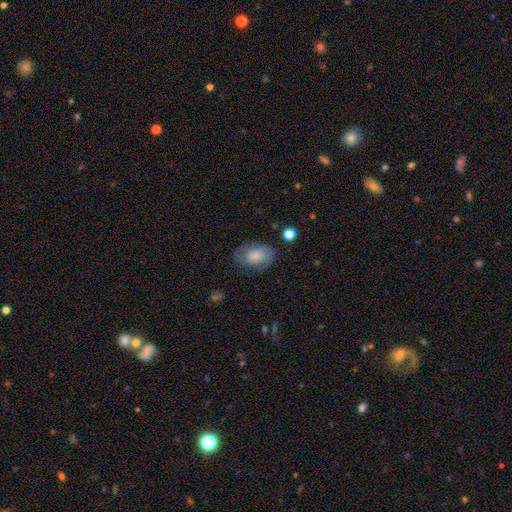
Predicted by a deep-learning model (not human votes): The model was most divided on "merging": none: 64%, minor disturbance: 23%, major disturbance: 11%, merger: 2%. More confident: how rounded — in between (84%); smooth or featured — smooth (68%).